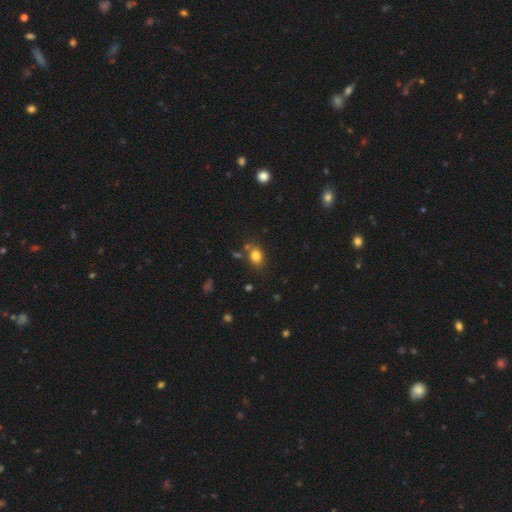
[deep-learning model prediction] Morphology: type=smooth (81%); roundness=in between (61%); merging=none (69%).